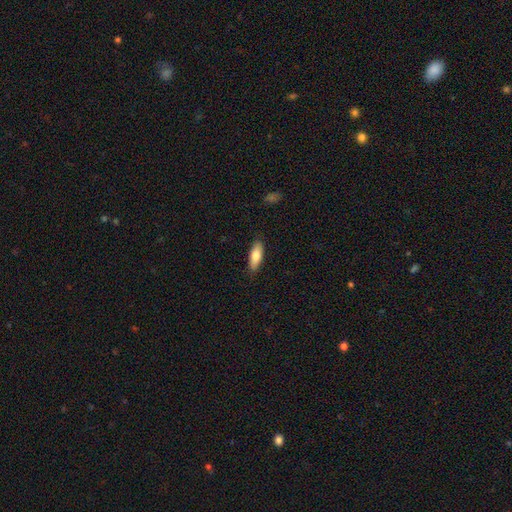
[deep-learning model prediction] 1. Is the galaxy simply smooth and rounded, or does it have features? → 75% smooth, 20% featured or disk, 6% star or artifact.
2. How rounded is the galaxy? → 63% in between, 35% cigar-shaped, 2% round.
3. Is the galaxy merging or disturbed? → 88% none, 9% minor disturbance, 2% major disturbance, 1% merger.